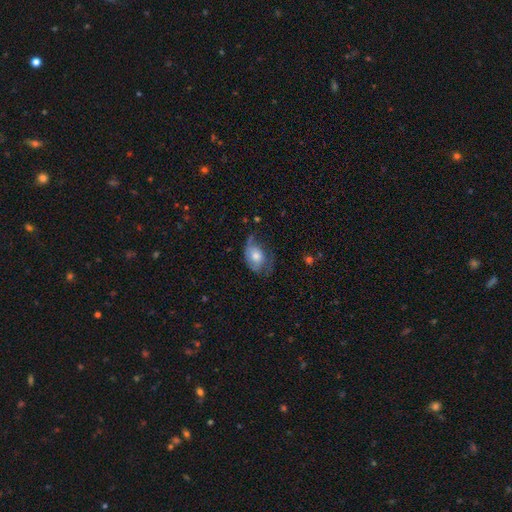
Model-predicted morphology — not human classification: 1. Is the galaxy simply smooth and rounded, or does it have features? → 46% smooth, 45% featured or disk, 8% star or artifact.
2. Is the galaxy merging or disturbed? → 40% none, 31% minor disturbance, 28% major disturbance, 2% merger.